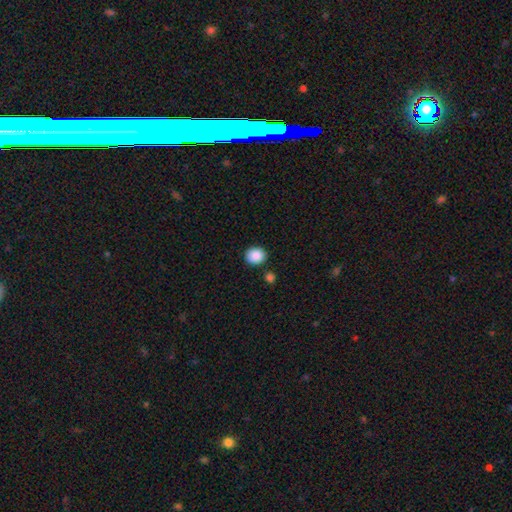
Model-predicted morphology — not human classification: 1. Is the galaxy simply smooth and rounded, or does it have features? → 88% smooth, 8% star or artifact, 3% featured or disk.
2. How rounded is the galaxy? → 77% round, 22% in between, 1% cigar-shaped.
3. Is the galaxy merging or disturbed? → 84% none, 9% minor disturbance, 4% merger, 2% major disturbance.